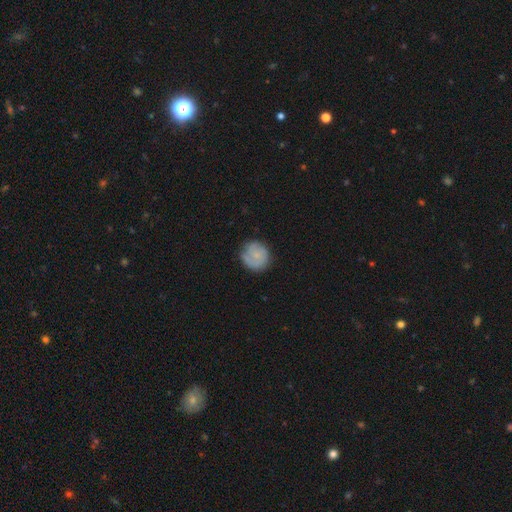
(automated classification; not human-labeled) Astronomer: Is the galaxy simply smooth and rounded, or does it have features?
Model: smooth — 66%.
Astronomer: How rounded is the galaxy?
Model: round — 90%.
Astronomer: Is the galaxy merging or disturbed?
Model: none — 72%.